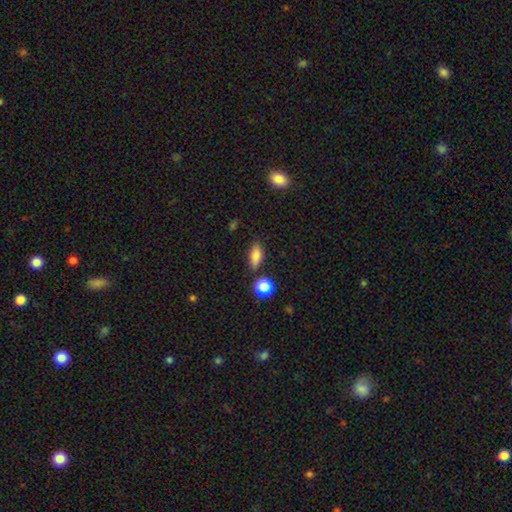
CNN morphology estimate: smooth_or_featured: smooth (p=0.81) [alt: star or artifact p=0.10]
how_rounded: in between (p=0.77) [alt: cigar-shaped p=0.15]
merging: none (p=0.77) [alt: minor disturbance p=0.14]